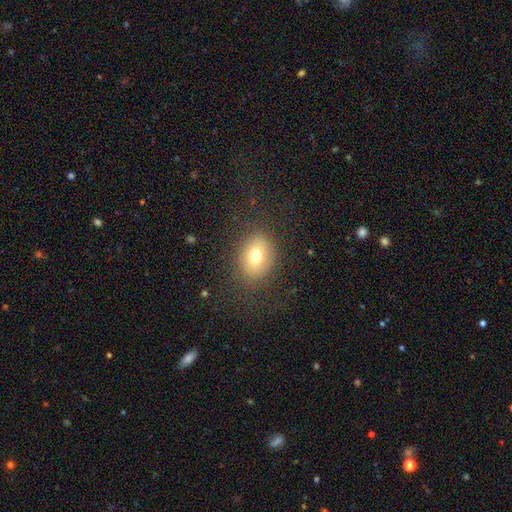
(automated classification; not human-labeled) Morphology: type=smooth (73%); roundness=in between (58%); merging=none (81%).